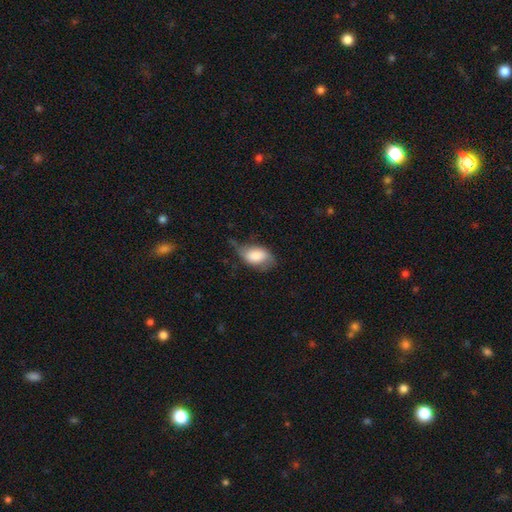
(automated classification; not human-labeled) Morphology: type=smooth (67%); roundness=in between (89%); merging=minor disturbance (40%).